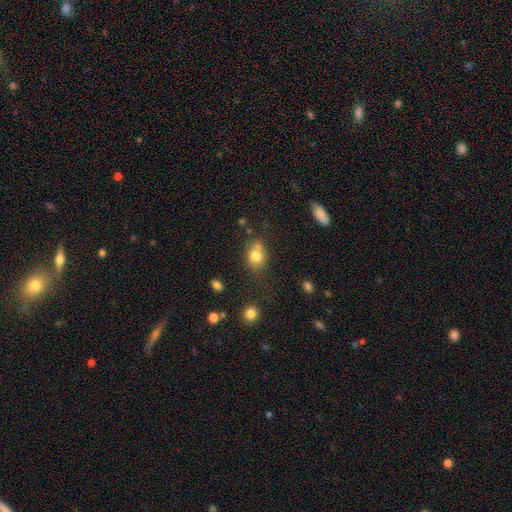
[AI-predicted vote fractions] Q: Smooth or featured?
A: smooth (77%); runner-up: featured or disk (12%)
Q: How rounded?
A: in between (49%); tied with: round (49%)
Q: Merging?
A: none (53%); runner-up: merger (22%)